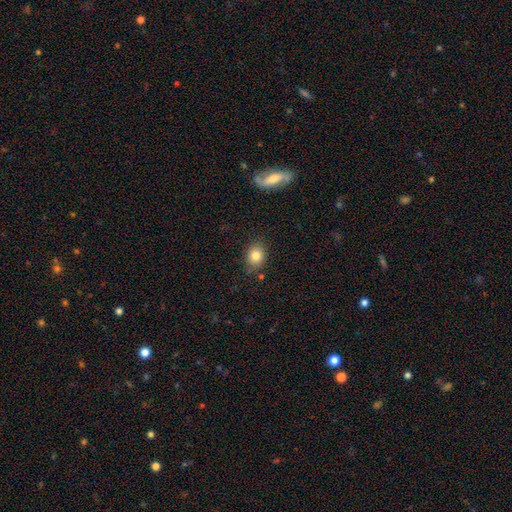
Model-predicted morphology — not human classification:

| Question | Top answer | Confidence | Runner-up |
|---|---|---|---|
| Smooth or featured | smooth | 82% | star or artifact (10%) |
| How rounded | round | 52% | in between (47%) |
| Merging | none | 80% | minor disturbance (14%) |